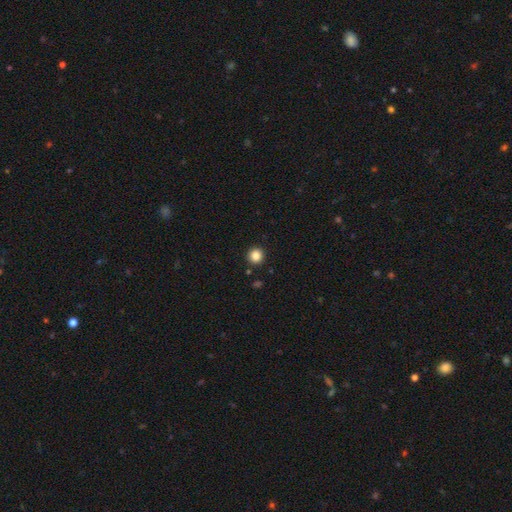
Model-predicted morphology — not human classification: A smooth galaxy with no disk features (85%) that is round (94%).

Vote fractions:
- Smooth or featured? smooth: 85% / star or artifact: 11% / featured or disk: 4%
- How rounded? round: 94% / in between: 5% / cigar-shaped: 1%
- Merging? none: 92% / minor disturbance: 5% / merger: 2% / major disturbance: 2%